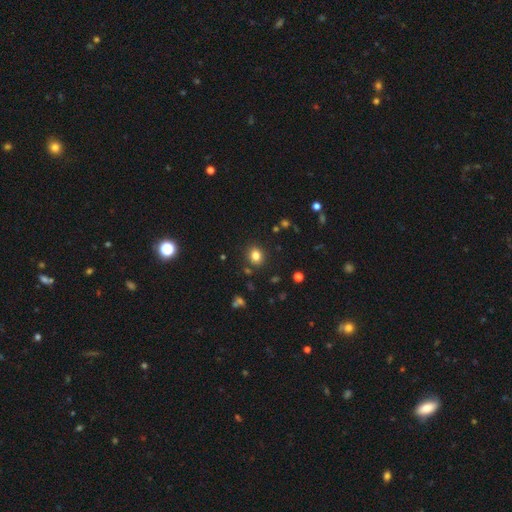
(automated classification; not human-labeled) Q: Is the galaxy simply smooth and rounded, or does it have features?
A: smooth — 81%.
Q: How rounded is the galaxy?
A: round — 65%.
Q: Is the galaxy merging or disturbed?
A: none — 86%.